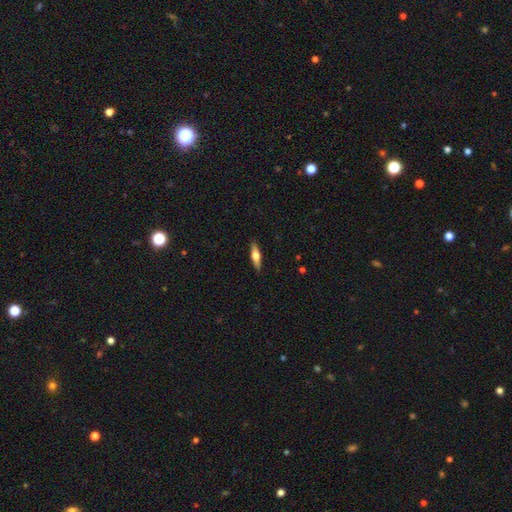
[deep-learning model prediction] Q: Smooth or featured?
A: featured or disk (48%); runner-up: smooth (46%)
Q: Merging?
A: none (90%); runner-up: minor disturbance (8%)